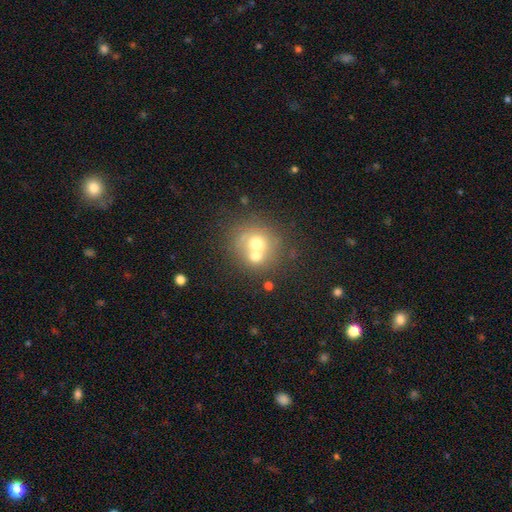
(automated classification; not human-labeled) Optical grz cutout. It shows a smooth galaxy with no disk features (61%) that is round (83%). Merging: merger (52%).